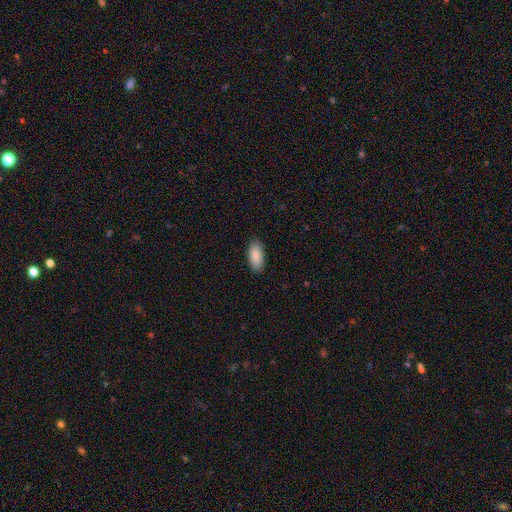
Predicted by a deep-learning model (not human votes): Smooth or featured: smooth — 88% (star or artifact — 6%)
How rounded: in between — 92% (cigar-shaped — 6%)
Merging: none — 88% (minor disturbance — 9%)